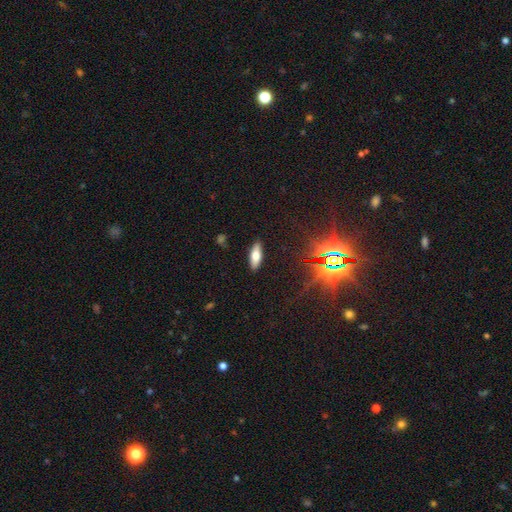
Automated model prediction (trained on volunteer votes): Smooth or featured?
  - smooth: 67% *
  - featured or disk: 21%
  - star or artifact: 12%
How rounded?
  - in between: 67% *
  - cigar-shaped: 31%
  - round: 3%
Merging?
  - none: 89% *
  - minor disturbance: 8%
  - major disturbance: 2%
  - merger: 1%